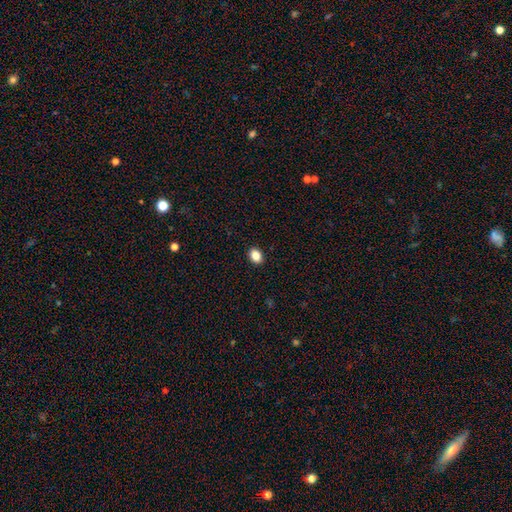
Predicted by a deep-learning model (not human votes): smooth_or_featured: smooth (p=0.85) [alt: star or artifact p=0.10]
how_rounded: in between (p=0.63) [alt: round p=0.36]
merging: none (p=0.91) [alt: minor disturbance p=0.06]